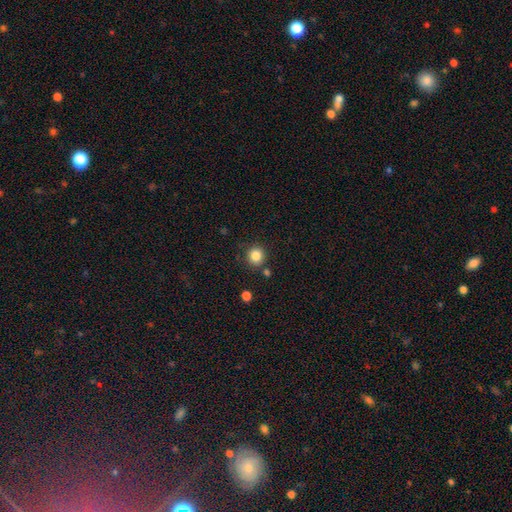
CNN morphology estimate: Smooth or featured?
  - smooth: 85% *
  - star or artifact: 11%
  - featured or disk: 5%
How rounded?
  - round: 91% *
  - in between: 8%
  - cigar-shaped: 1%
Merging?
  - none: 84% *
  - minor disturbance: 8%
  - merger: 5%
  - major disturbance: 3%